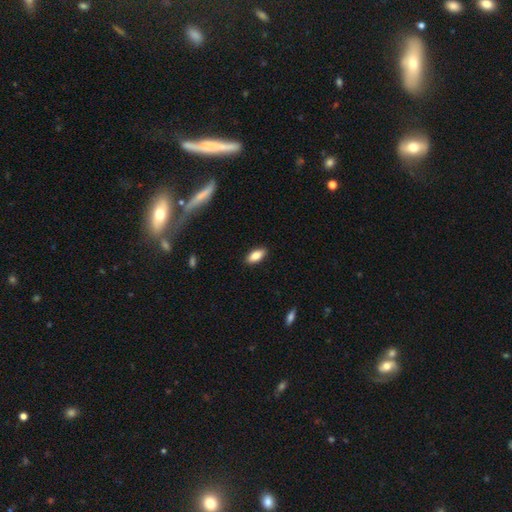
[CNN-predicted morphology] A smooth galaxy with no disk features (85%) that is in between round and cigar-shaped (87%). Merging: none (89%).